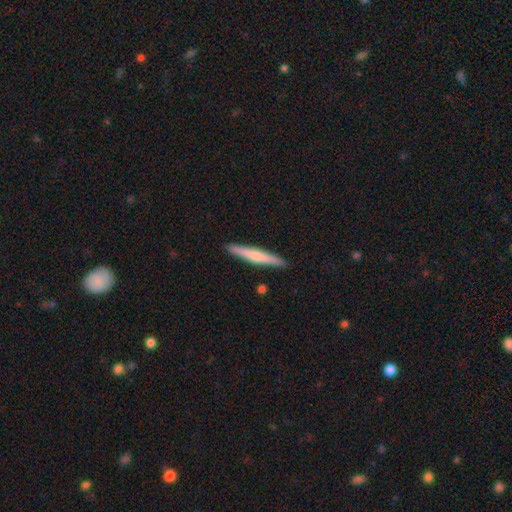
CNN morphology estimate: Smooth or featured: smooth — 56% (featured or disk — 39%)
How rounded: cigar-shaped — 95% (in between — 4%)
Merging: none — 92% (minor disturbance — 6%)